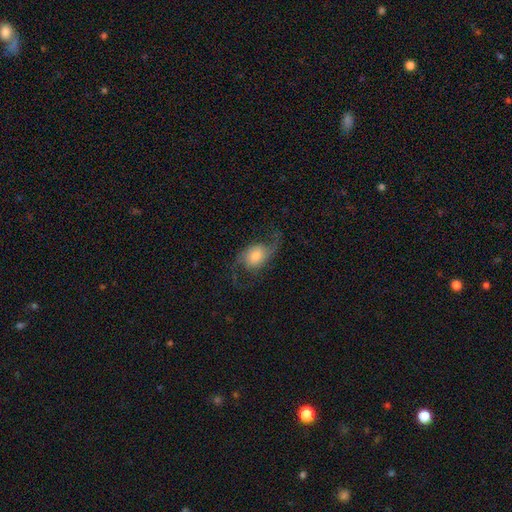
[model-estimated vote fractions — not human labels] This appears to be a featured or disk galaxy (68%) with no bar (64%), 2 (91%) loose (75%) spiral arms (93%) and a moderate central bulge (45%). Merging: none (61%).